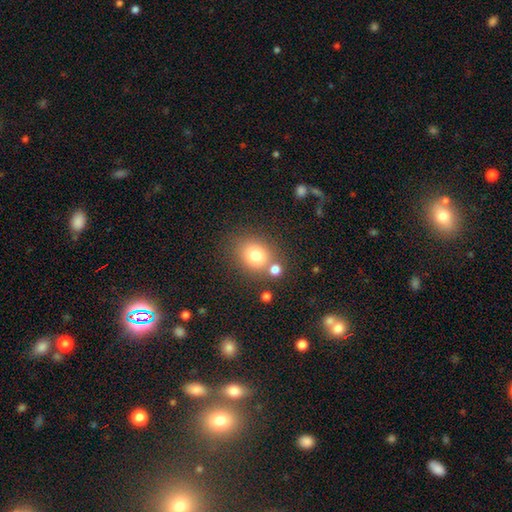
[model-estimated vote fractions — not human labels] Smooth or featured?
  - smooth: 77% *
  - star or artifact: 13%
  - featured or disk: 10%
How rounded?
  - round: 67% *
  - in between: 32%
  - cigar-shaped: 1%
Merging?
  - none: 69% *
  - merger: 15%
  - minor disturbance: 12%
  - major disturbance: 5%